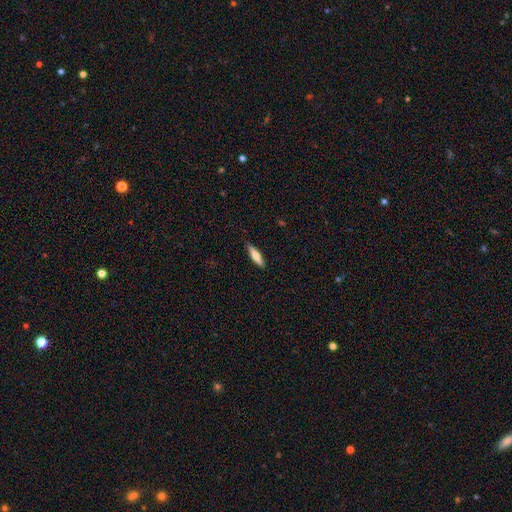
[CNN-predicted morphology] Smooth or featured? Predicted: smooth (p=0.61). How rounded? Predicted: cigar-shaped (p=0.74). Merging? Predicted: none (p=0.88).